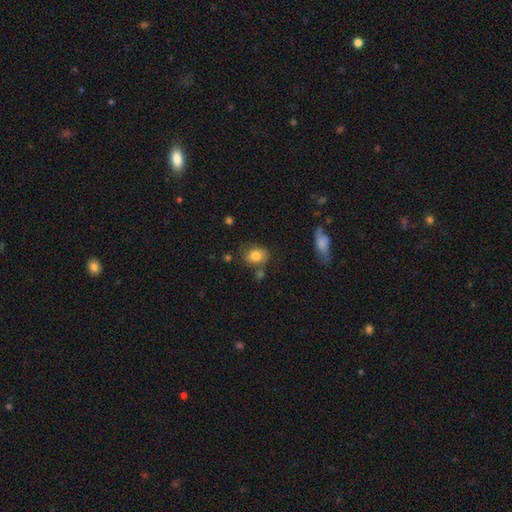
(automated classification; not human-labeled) Morphology: type=smooth (80%); roundness=in between (57%); merging=none (67%).